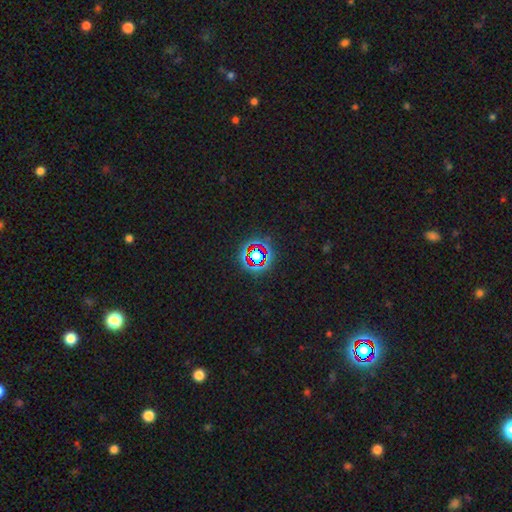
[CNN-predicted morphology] Smooth or featured? star or artifact (72%)